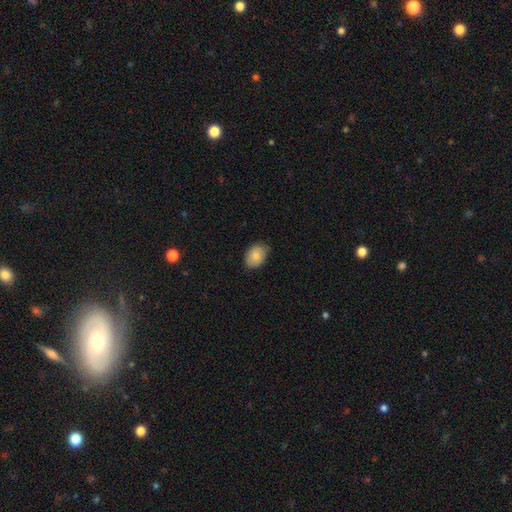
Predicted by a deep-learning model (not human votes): A smooth galaxy with no disk features (86%) that is in between round and cigar-shaped (78%). Merging: none (75%).